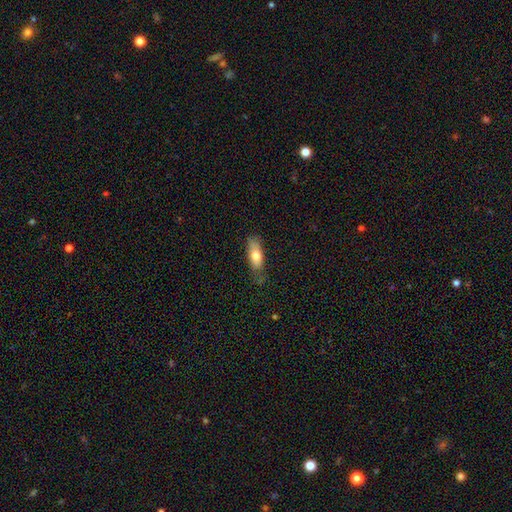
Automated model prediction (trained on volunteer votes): Overall: smooth (75%). How rounded: in between (72%). Merging: none (69%).